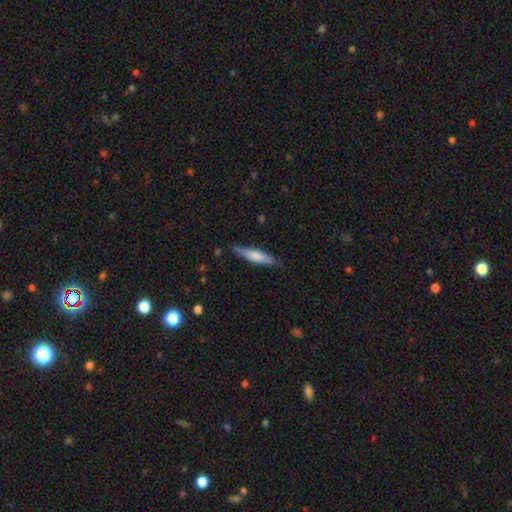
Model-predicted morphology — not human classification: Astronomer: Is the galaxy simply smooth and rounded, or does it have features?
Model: smooth — 64%.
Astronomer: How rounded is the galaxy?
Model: cigar-shaped — 80%.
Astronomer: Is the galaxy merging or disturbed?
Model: none — 80%.